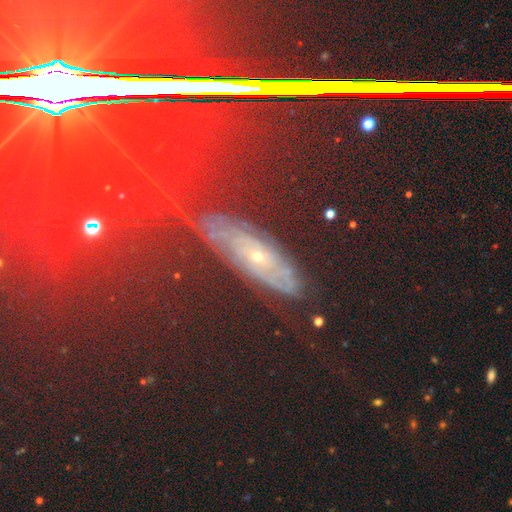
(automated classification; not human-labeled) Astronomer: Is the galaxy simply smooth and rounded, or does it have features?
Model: featured or disk — 42% (runner-up: star or artifact, 38%).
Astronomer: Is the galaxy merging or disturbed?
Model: none — 81%.